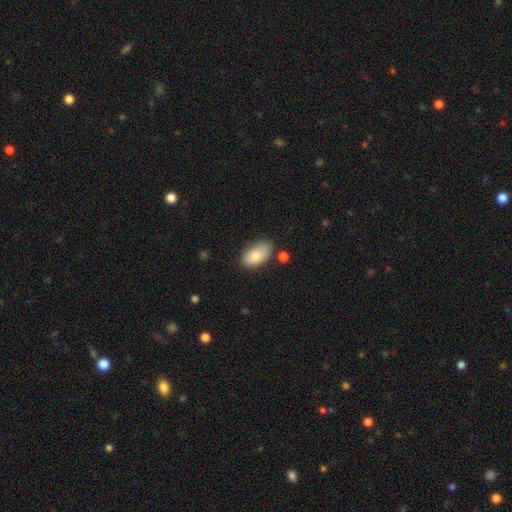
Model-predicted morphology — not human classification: The model was most divided on "merging": none: 66%, minor disturbance: 23%, merger: 5%, major disturbance: 5%. More confident: how rounded — in between (94%); smooth or featured — smooth (81%).